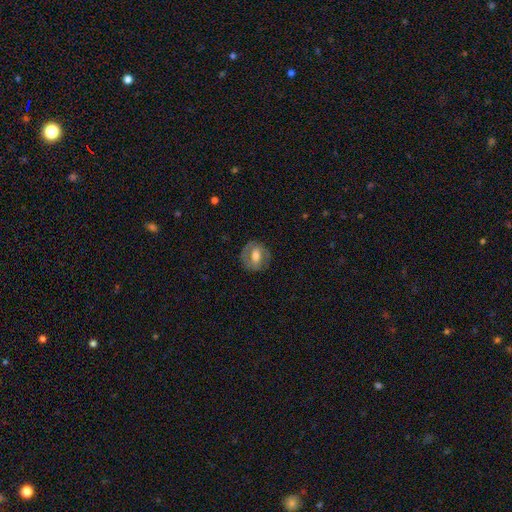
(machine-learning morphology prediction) A featured or disk galaxy (52%). Merging: none (77%).